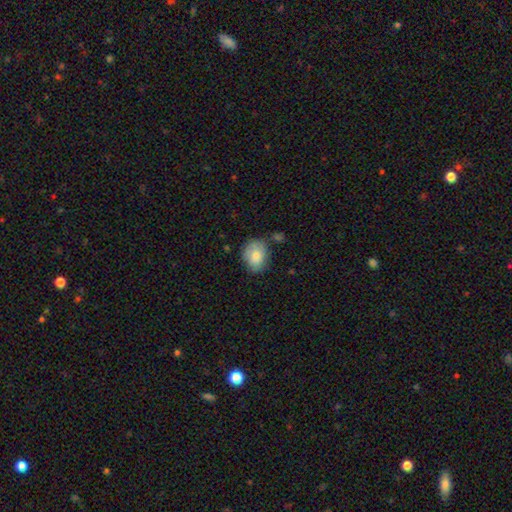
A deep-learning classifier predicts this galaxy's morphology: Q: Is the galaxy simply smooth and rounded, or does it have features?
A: smooth — 79%.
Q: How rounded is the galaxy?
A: in between — 62%.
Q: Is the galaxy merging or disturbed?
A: none — 63%.